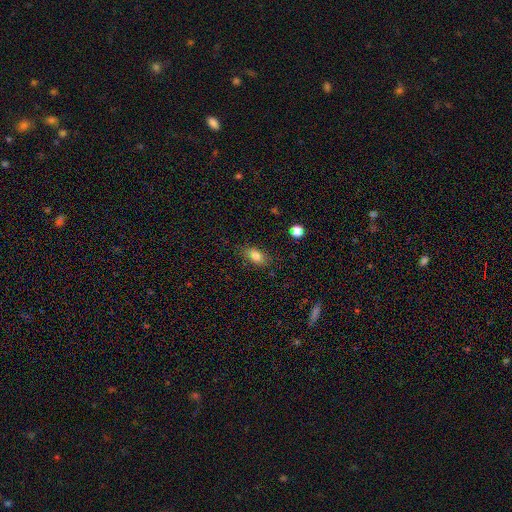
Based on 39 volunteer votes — Q: Smooth or featured?
A: smooth (90%); runner-up: star or artifact (8%)
Q: How rounded?
A: in between (83%); runner-up: round (11%)
Q: Merging?
A: none (86%); runner-up: minor disturbance (8%)